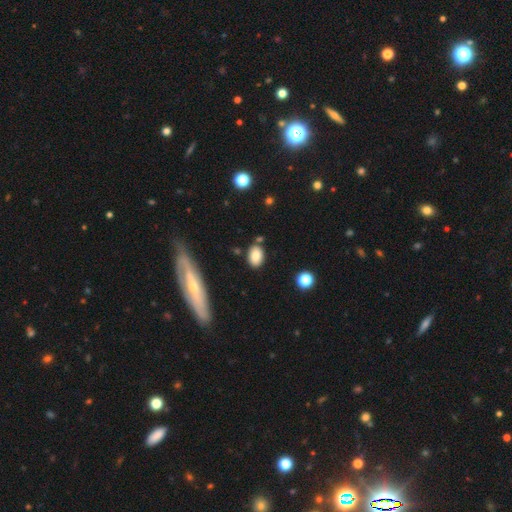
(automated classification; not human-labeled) Q: Smooth or featured?
A: smooth (82%); runner-up: featured or disk (9%)
Q: How rounded?
A: in between (82%); runner-up: round (16%)
Q: Merging?
A: none (80%); runner-up: minor disturbance (12%)